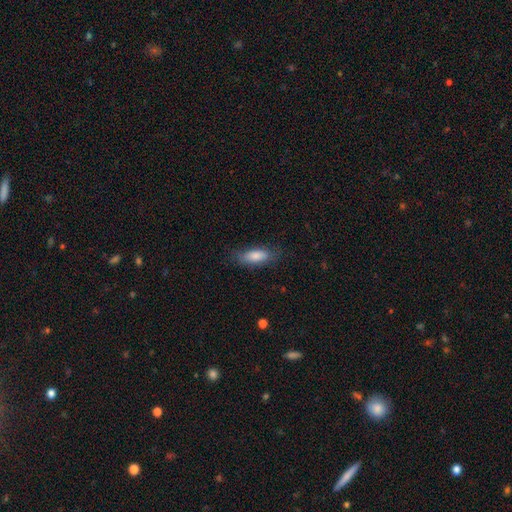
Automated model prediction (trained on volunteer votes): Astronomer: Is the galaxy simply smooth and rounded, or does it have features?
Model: smooth — 80%.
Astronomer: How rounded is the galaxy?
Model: in between — 67%.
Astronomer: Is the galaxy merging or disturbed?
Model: none — 78%.